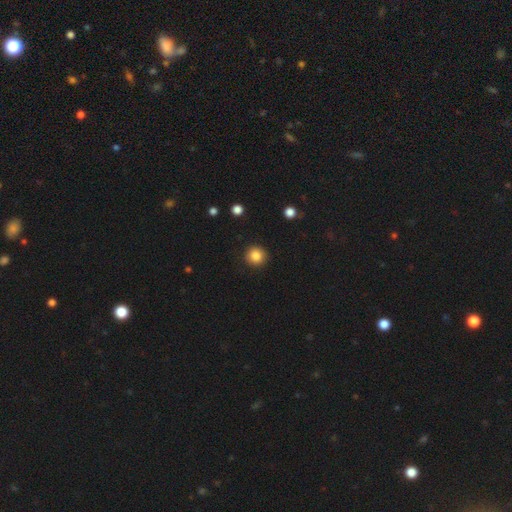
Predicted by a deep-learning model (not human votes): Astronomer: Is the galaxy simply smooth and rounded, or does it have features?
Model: smooth — 85%.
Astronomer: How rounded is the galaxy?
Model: round — 94%.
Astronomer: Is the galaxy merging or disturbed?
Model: none — 91%.